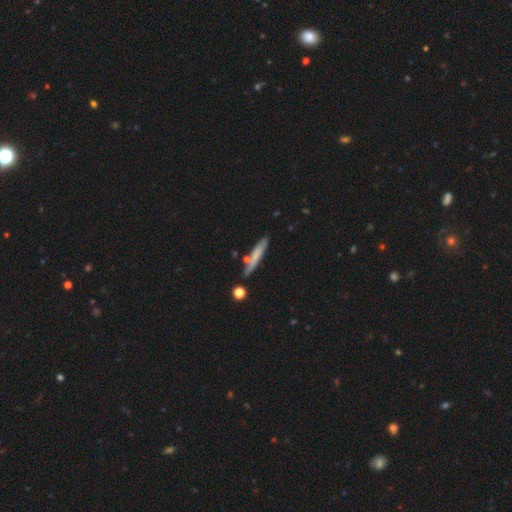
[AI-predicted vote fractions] A smooth galaxy with no disk features (64%) that is cigar-shaped (89%). Merging: none (71%).